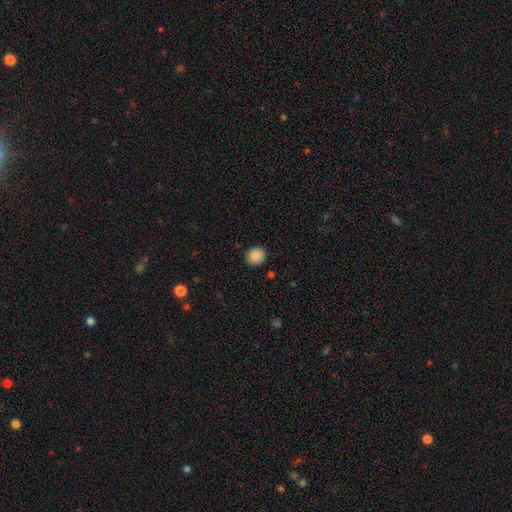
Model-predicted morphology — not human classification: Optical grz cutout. It shows a smooth galaxy with no disk features (87%) that is round (89%). Merging: none (91%).